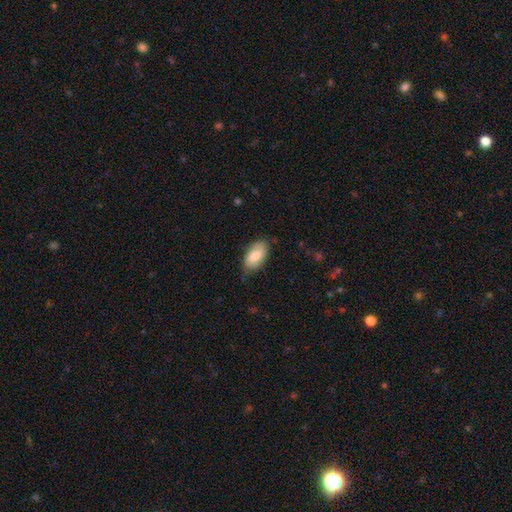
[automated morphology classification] type=smooth (82%); roundness=in between (94%); merging=none (70%).